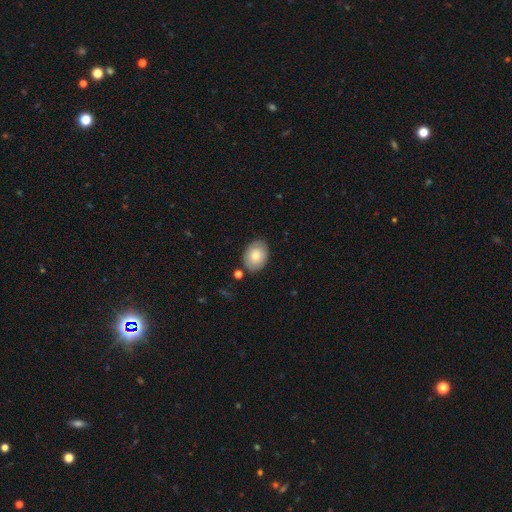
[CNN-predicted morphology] Smooth or featured? Predicted: smooth (p=0.79). How rounded? Predicted: in between (p=0.71). Merging? Predicted: none (p=0.80).